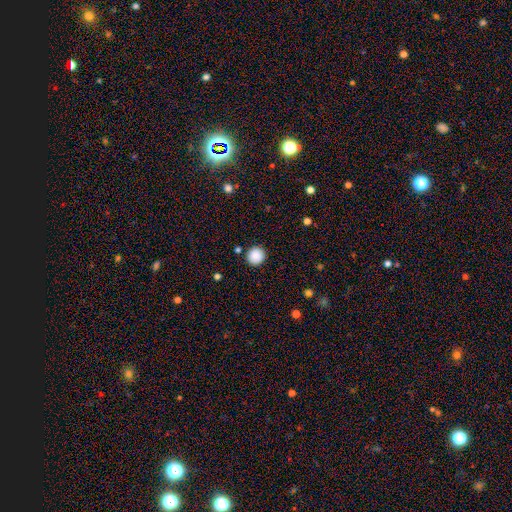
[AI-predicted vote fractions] Overall: smooth (88%). How rounded: round (94%). Merging: none (90%).